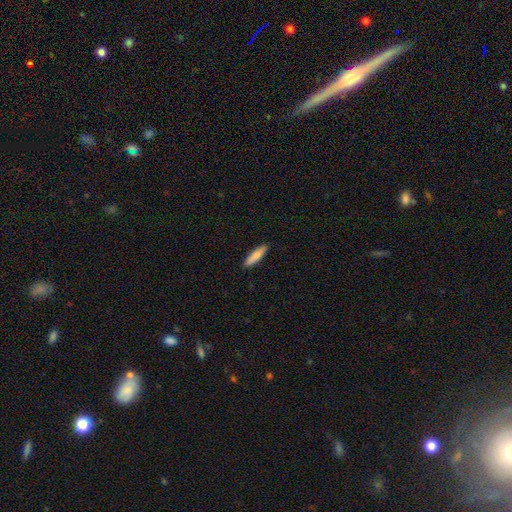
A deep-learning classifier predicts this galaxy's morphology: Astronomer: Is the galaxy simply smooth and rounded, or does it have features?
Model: smooth — 77%.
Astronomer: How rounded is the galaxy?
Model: cigar-shaped — 76%.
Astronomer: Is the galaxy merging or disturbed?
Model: none — 90%.